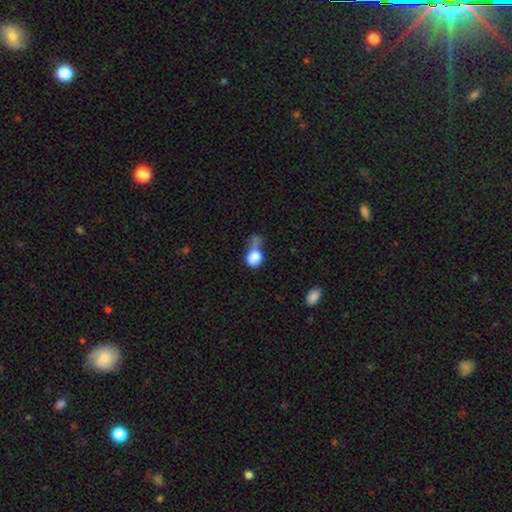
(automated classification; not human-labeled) Smooth or featured? smooth (77%)
How rounded? in between (60%)
Merging? merger (37%)